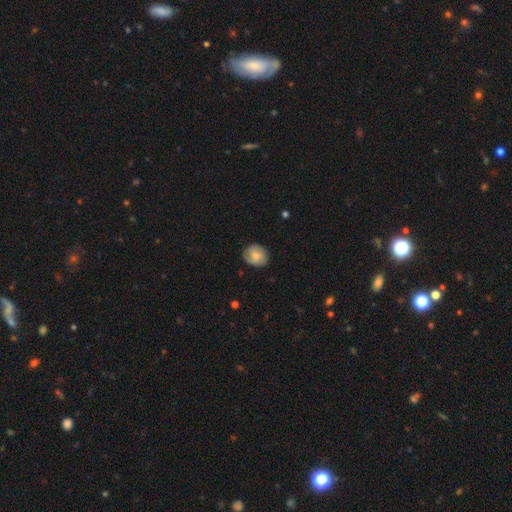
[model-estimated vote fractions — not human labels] Q: Smooth or featured?
A: smooth (56%); runner-up: featured or disk (36%)
Q: How rounded?
A: round (72%); runner-up: in between (27%)
Q: Merging?
A: none (78%); runner-up: minor disturbance (17%)